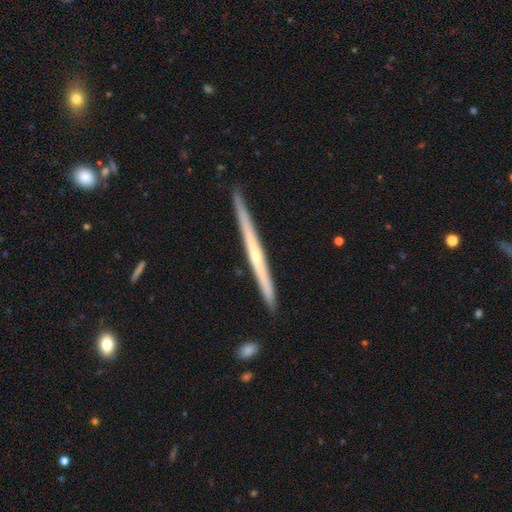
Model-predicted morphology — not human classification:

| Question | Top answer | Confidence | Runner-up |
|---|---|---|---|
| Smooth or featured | featured or disk | 71% | smooth (24%) |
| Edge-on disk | yes | 98% | no (2%) |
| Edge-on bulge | none | 57% | rounded (38%) |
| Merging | none | 90% | minor disturbance (7%) |